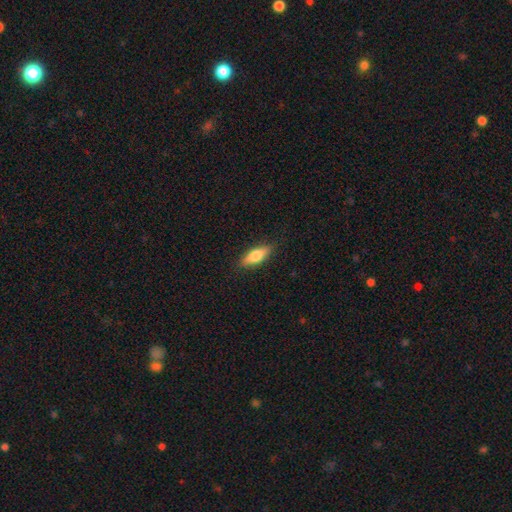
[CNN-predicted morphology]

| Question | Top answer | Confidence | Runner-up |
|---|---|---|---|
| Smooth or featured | smooth | 69% | featured or disk (25%) |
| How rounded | in between | 59% | cigar-shaped (38%) |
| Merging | none | 87% | minor disturbance (10%) |